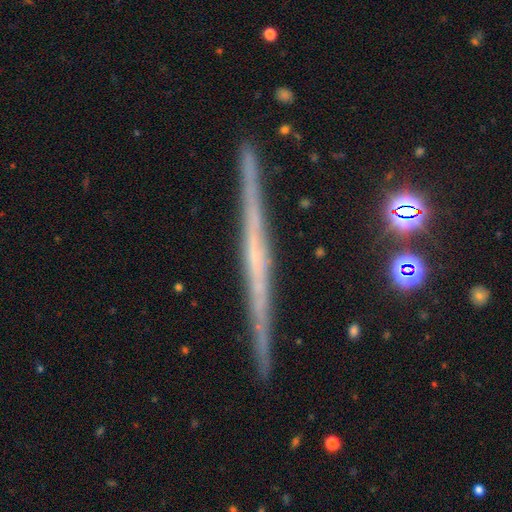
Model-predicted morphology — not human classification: Smooth or featured? Predicted: featured or disk (p=0.77). Edge-on disk? Predicted: yes (p=0.98). Edge-on bulge? Predicted: none (p=0.75). Merging? Predicted: none (p=0.92).